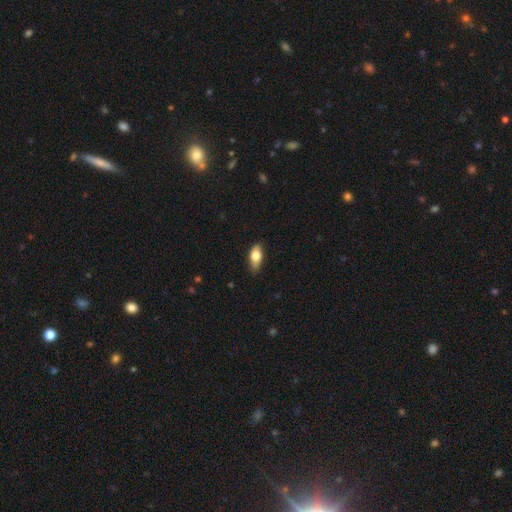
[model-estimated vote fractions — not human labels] Smooth or featured?
  - smooth: 76% *
  - featured or disk: 17%
  - star or artifact: 6%
How rounded?
  - in between: 84% *
  - cigar-shaped: 12%
  - round: 4%
Merging?
  - none: 75% *
  - minor disturbance: 21%
  - major disturbance: 3%
  - merger: 1%